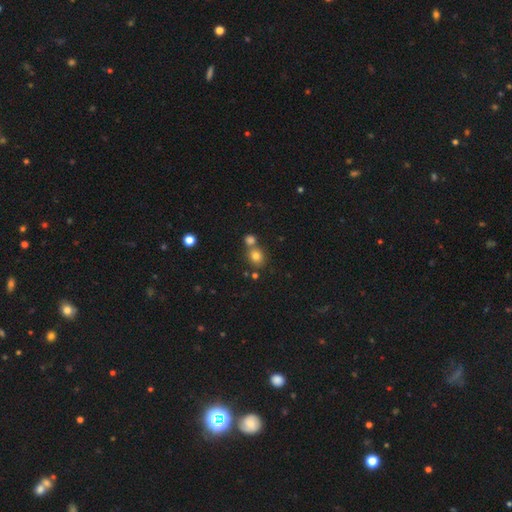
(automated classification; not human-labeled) smooth_or_featured: smooth (p=0.78) [alt: star or artifact p=0.14]
how_rounded: round (p=0.76) [alt: in between p=0.23]
merging: none (p=0.58) [alt: merger p=0.31]